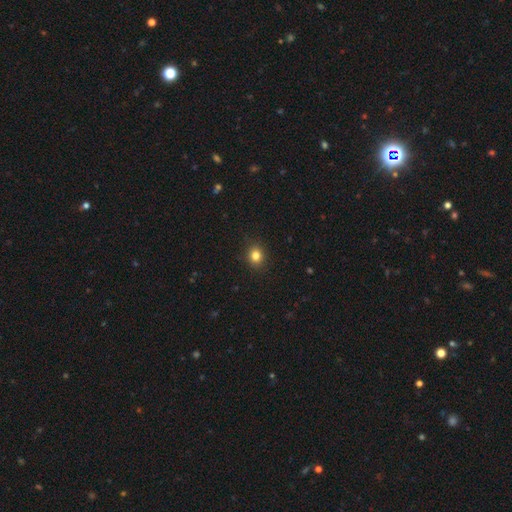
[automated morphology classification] The model was most divided on "how rounded": round: 72%, in between: 27%, cigar-shaped: 1%. More confident: merging — none (90%); smooth or featured — smooth (82%).